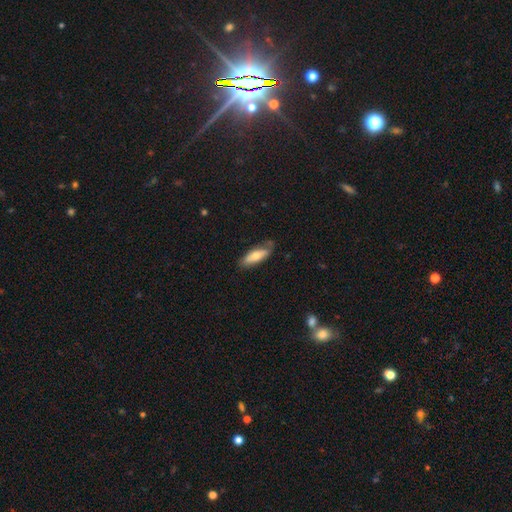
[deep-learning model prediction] A smooth galaxy with no disk features (64%) that is in between round and cigar-shaped (59%). Merging: none (70%).